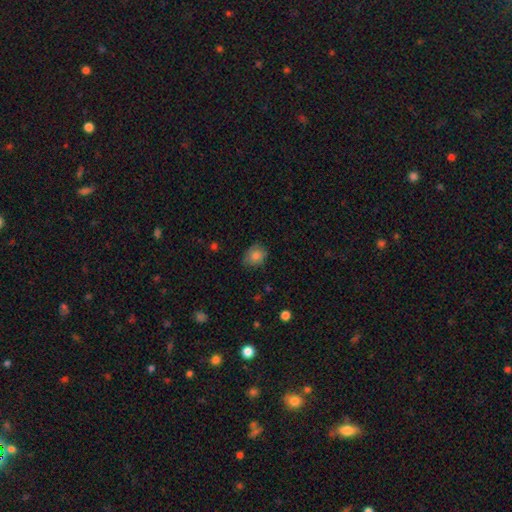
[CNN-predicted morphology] Overall: smooth (83%). How rounded: round (64%; in between 35%). Merging: none (74%).